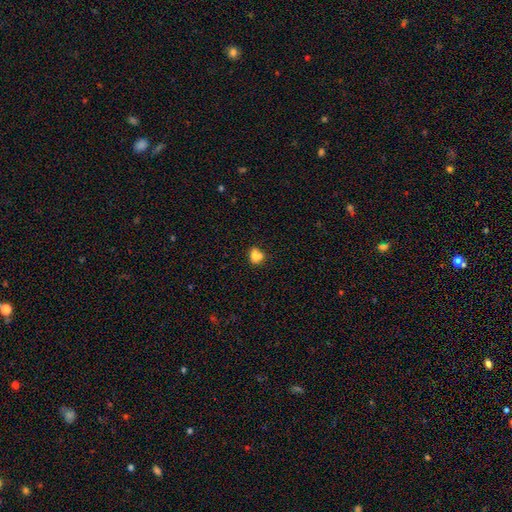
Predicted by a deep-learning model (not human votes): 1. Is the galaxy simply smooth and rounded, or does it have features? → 76% smooth, 12% featured or disk, 12% star or artifact.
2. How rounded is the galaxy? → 52% round, 46% in between, 1% cigar-shaped.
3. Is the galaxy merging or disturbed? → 42% none, 37% merger, 15% minor disturbance, 6% major disturbance.